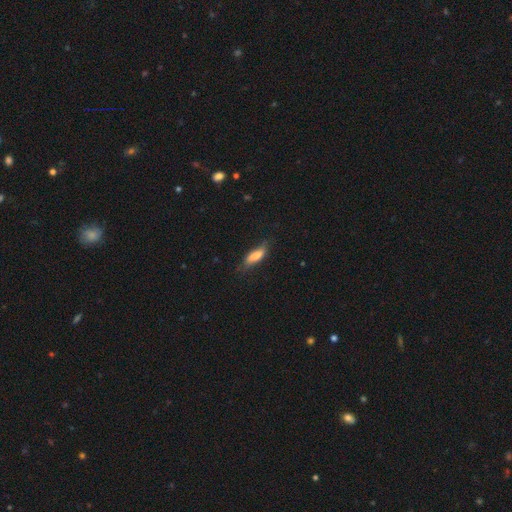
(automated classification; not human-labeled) Smooth or featured? Predicted: smooth (p=0.74). How rounded? Predicted: in between (p=0.58). Merging? Predicted: none (p=0.60).